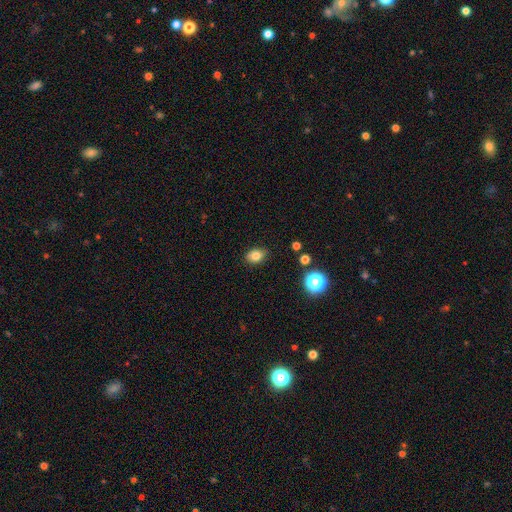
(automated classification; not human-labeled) Q: Smooth or featured?
A: smooth (80%); runner-up: star or artifact (12%)
Q: How rounded?
A: in between (70%); runner-up: round (29%)
Q: Merging?
A: none (85%); runner-up: minor disturbance (11%)